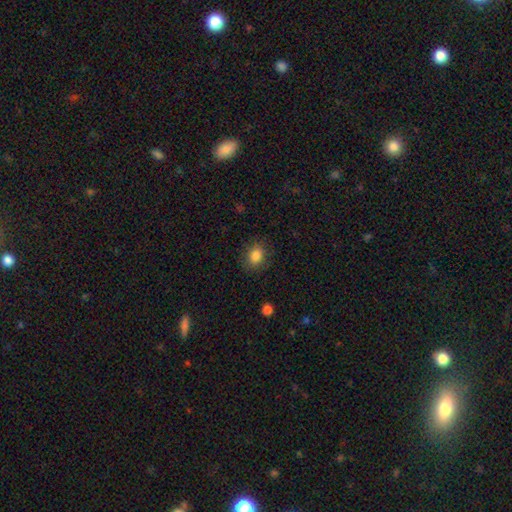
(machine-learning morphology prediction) smooth_or_featured: smooth (p=0.85) [alt: star or artifact p=0.10]
how_rounded: in between (p=0.59) [alt: round p=0.40]
merging: none (p=0.85) [alt: minor disturbance p=0.10]